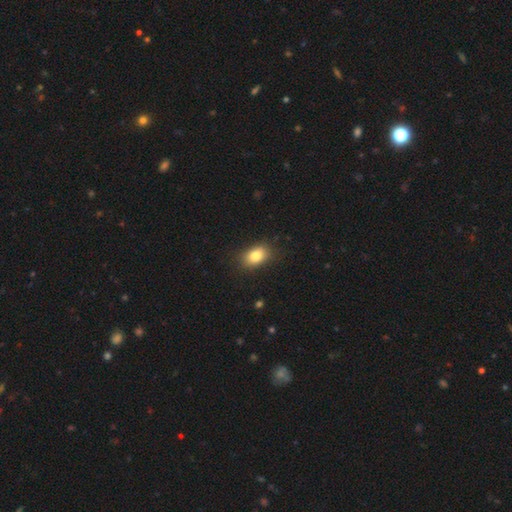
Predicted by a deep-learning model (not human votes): Smooth or featured? smooth (83%)
How rounded? in between (82%)
Merging? none (83%)